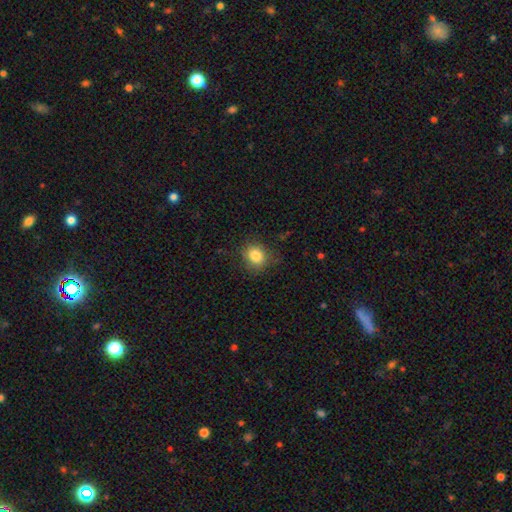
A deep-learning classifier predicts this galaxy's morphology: This is clearly a smooth galaxy (83%). How rounded: likely round (70%). Merging: likely none (78%).